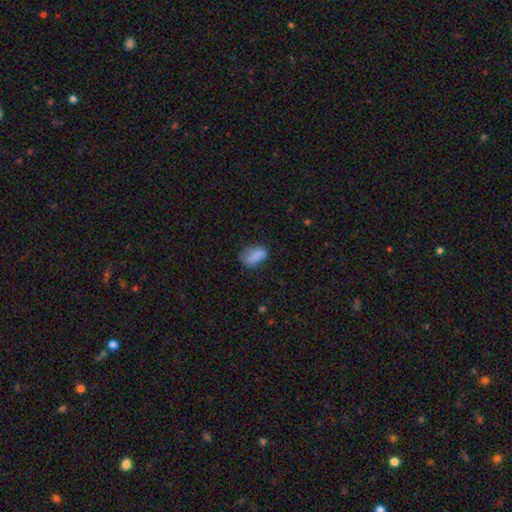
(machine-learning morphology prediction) smooth 81%, star or artifact 10%, featured or disk 9%. Down the decision tree: how rounded — in between (89%); merging — none (51%).